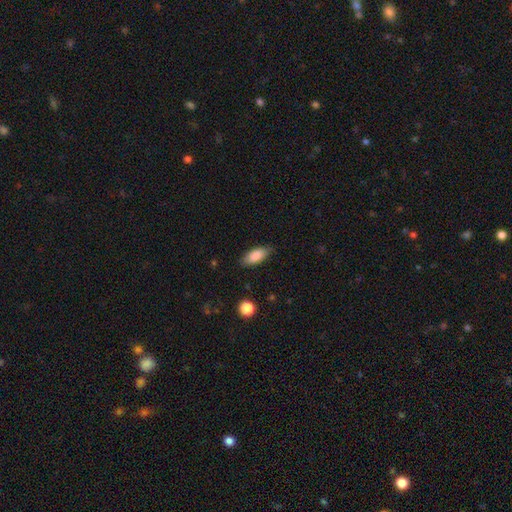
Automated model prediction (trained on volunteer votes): A smooth galaxy with no disk features (85%) that is in between round and cigar-shaped (84%).

Vote fractions:
- Smooth or featured? smooth: 85% / featured or disk: 8% / star or artifact: 7%
- How rounded? in between: 84% / cigar-shaped: 14% / round: 2%
- Merging? none: 81% / minor disturbance: 15% / major disturbance: 3% / merger: 1%